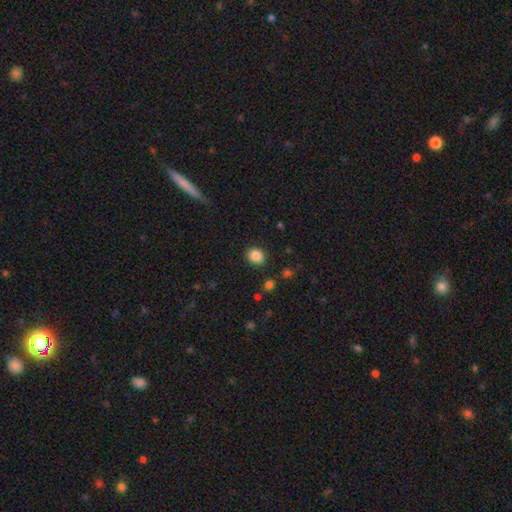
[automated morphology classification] The model was most divided on "how rounded": round: 73%, in between: 26%, cigar-shaped: 1%. More confident: merging — none (87%); smooth or featured — smooth (86%).